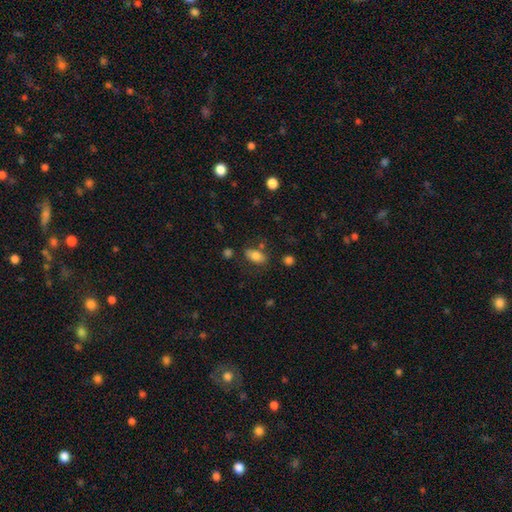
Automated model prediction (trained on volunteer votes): This is likely a smooth galaxy (77%). How rounded: clearly in between (87%). Merging: likely none (69%).